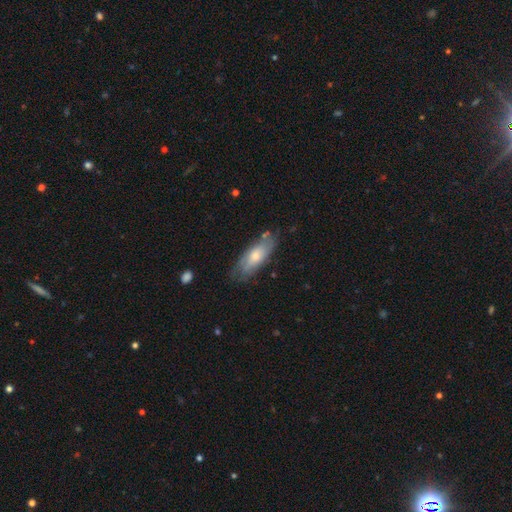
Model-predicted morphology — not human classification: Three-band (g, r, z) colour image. It shows a smooth galaxy with no disk features (61%) that is in between round and cigar-shaped (72%). Merging: none (67%).